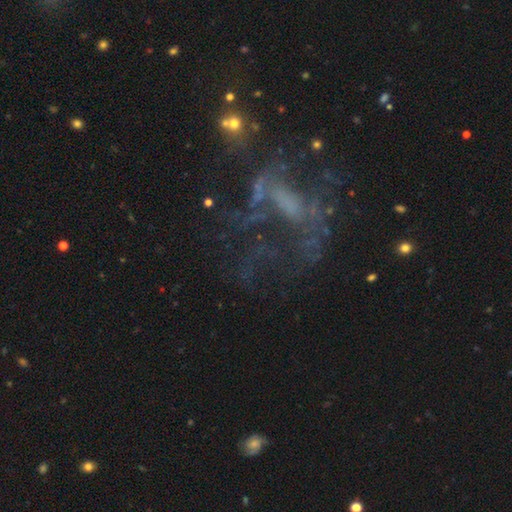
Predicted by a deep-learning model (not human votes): featured or disk 58%, star or artifact 28%, smooth 14%. Down the decision tree: edge-on disk — no (95%); bar — no (64%); spiral arms — no (62%); bulge size — none (57%); merging — major disturbance (41%).